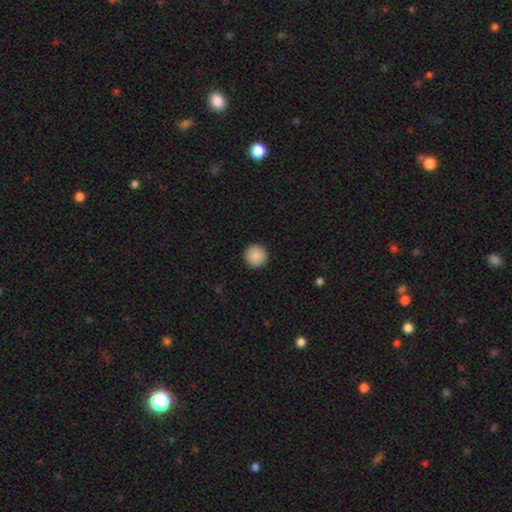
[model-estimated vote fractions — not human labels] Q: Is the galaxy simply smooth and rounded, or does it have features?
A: smooth — 90%.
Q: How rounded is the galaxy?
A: round — 96%.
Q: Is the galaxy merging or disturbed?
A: none — 93%.